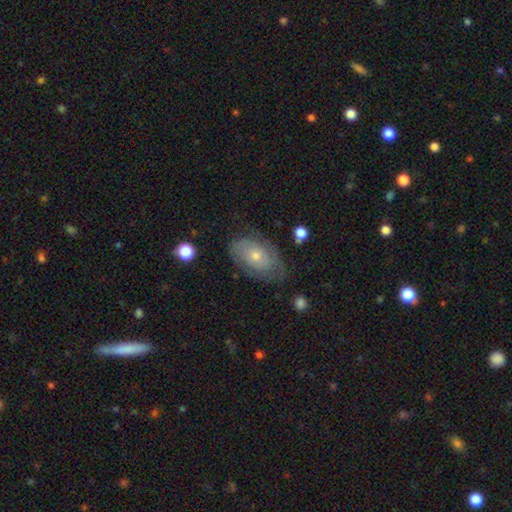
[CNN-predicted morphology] Smooth or featured?
  - featured or disk: 59% *
  - smooth: 34%
  - star or artifact: 8%
Edge-on disk?
  - no: 93% *
  - yes: 7%
Bar?
  - no: 84% *
  - weak: 13%
  - strong: 2%
Spiral arms?
  - yes: 74% *
  - no: 26%
Bulge size?
  - small: 57% *
  - moderate: 38%
  - large: 2%
  - none: 1%
  - dominant: 1%
Merging?
  - none: 67% *
  - minor disturbance: 23%
  - major disturbance: 9%
  - merger: 1%